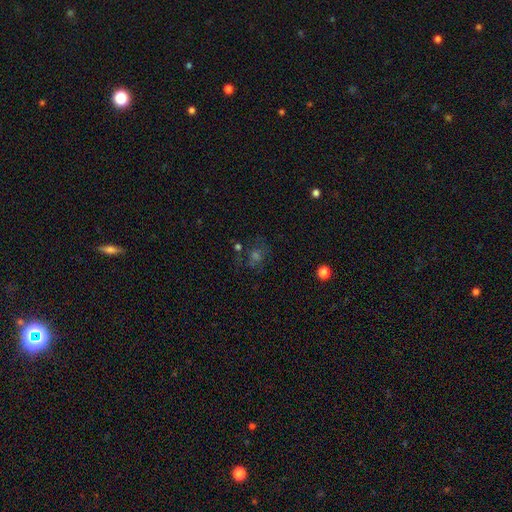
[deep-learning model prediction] Smooth or featured? star or artifact (37%)